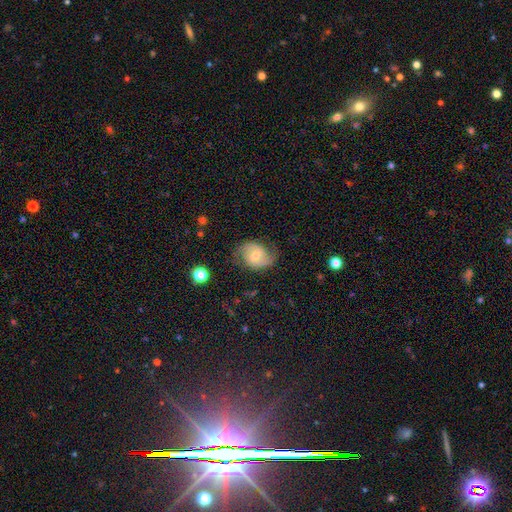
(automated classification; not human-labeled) featured or disk 70%, smooth 22%, star or artifact 8%. Down the decision tree: edge-on disk — no (97%); bar — no (55%); spiral arms — yes (92%); spiral arm count — 2 (88%); spiral winding — medium (47%); bulge size — moderate (49%); merging — none (71%).